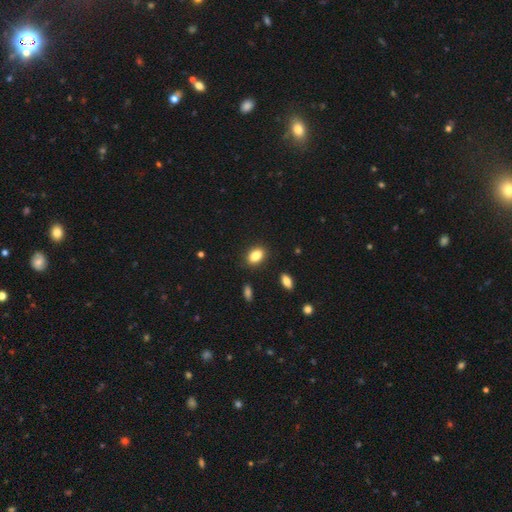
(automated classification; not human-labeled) Overall: smooth (85%). How rounded: in between (85%). Merging: none (87%).